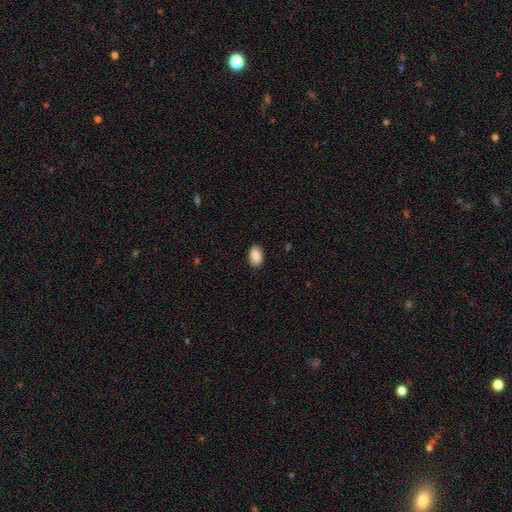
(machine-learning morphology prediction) smooth-or-featured: smooth: 88% | star or artifact: 7% | featured or disk: 5%
  how-rounded: in between: 91% | round: 8% | cigar-shaped: 1%
  merging: none: 88% | minor disturbance: 9% | major disturbance: 2% | merger: 1%